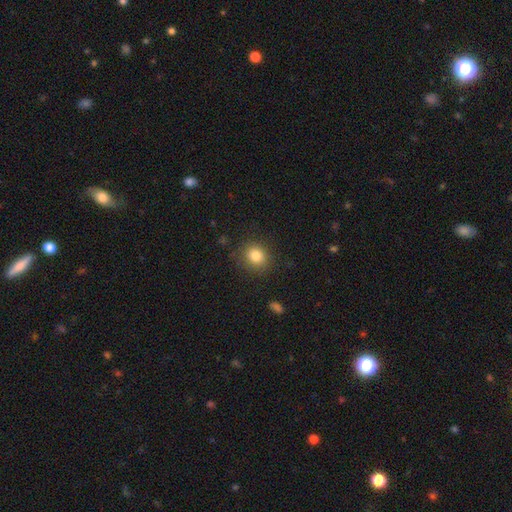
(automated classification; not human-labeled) This appears to be a smooth galaxy with no disk features (82%) that is round (76%). Merging: none (86%).